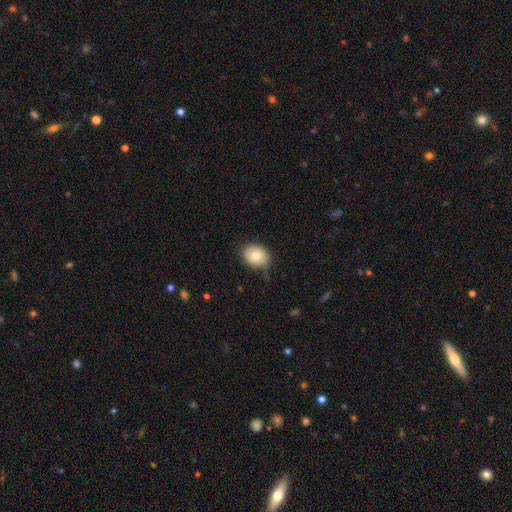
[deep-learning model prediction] Morphology: type=smooth (76%); roundness=round (54%); merging=none (75%).